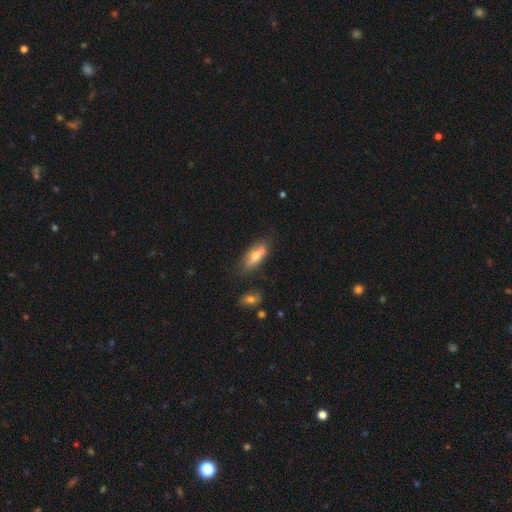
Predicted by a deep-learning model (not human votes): Smooth or featured: smooth — 58% (featured or disk — 34%)
How rounded: in between — 67% (cigar-shaped — 29%)
Merging: none — 59% (minor disturbance — 18%)